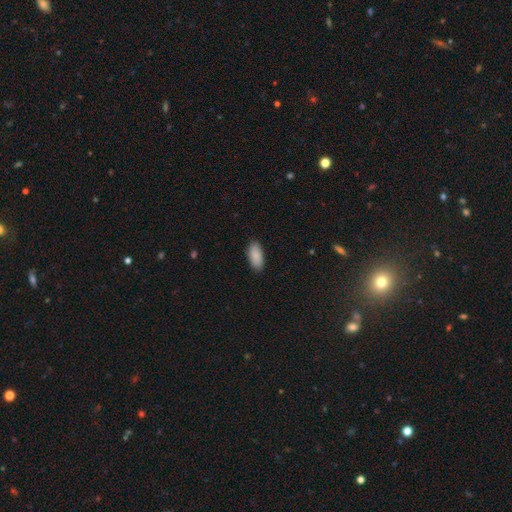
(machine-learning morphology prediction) This is clearly a smooth galaxy (88%). How rounded: clearly in between (90%). Merging: clearly none (87%).